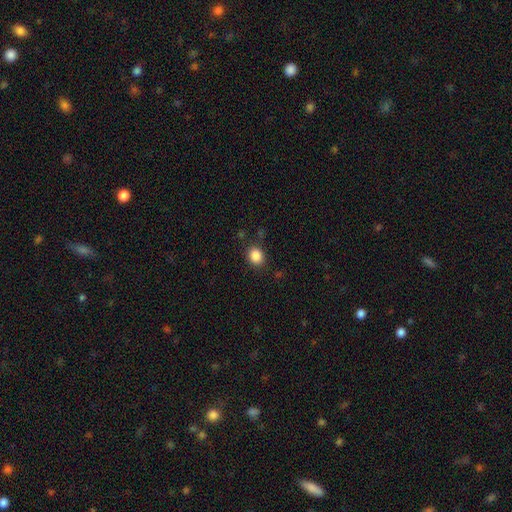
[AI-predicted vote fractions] Smooth or featured? smooth (87%)
How rounded? round (66%)
Merging? none (84%)